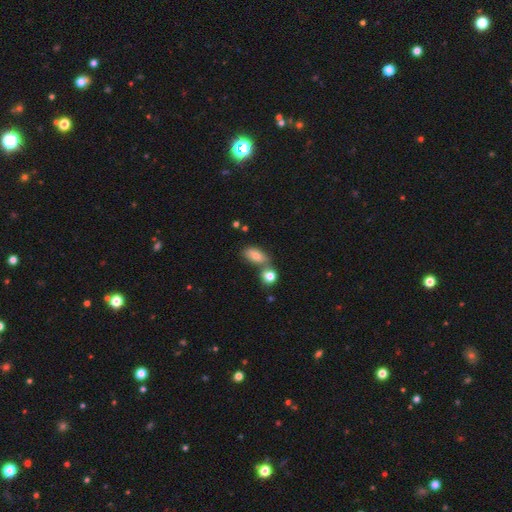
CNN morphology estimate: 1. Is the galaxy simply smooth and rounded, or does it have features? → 75% smooth, 14% featured or disk, 11% star or artifact.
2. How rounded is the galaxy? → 83% in between, 9% cigar-shaped, 8% round.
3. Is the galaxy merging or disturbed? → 49% none, 32% merger, 14% minor disturbance, 5% major disturbance.